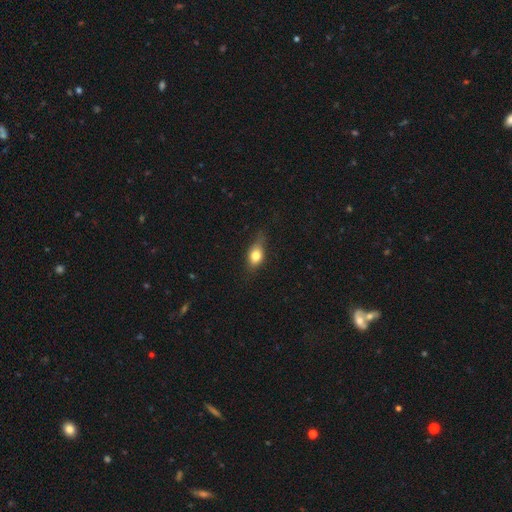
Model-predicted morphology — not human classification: Overall: smooth (73%). How rounded: in between (74%). Merging: none (62%; minor disturbance 29%).